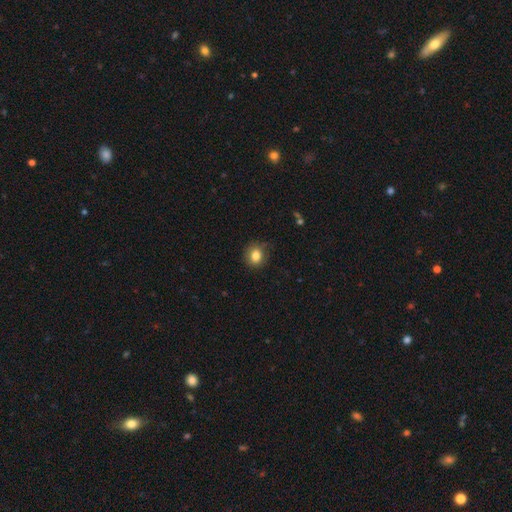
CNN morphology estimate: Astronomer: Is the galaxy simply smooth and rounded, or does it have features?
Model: smooth — 83%.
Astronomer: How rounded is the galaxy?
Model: round — 67%.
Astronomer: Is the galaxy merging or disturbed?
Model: none — 79%.